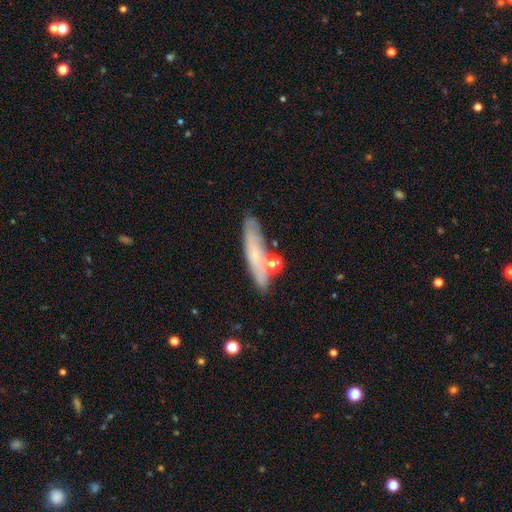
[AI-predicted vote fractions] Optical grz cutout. It shows a smooth galaxy with no disk features (54%) that is cigar-shaped (77%). Merging: none (69%).